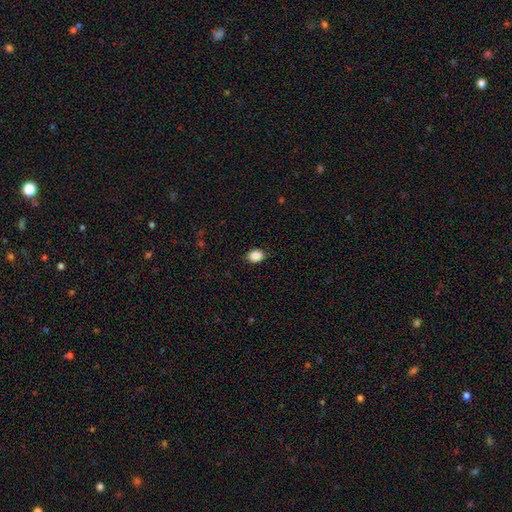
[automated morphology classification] type=smooth (88%); roundness=in between (70%); merging=none (87%).